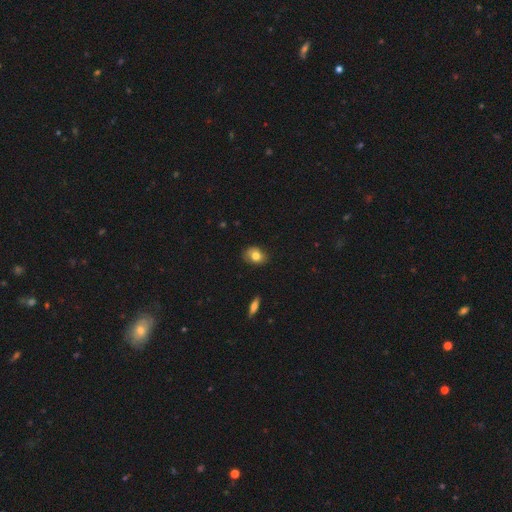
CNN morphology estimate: Smooth or featured?
  - smooth: 77% *
  - featured or disk: 14%
  - star or artifact: 9%
How rounded?
  - in between: 60% *
  - round: 39%
  - cigar-shaped: 1%
Merging?
  - none: 77% *
  - minor disturbance: 19%
  - major disturbance: 3%
  - merger: 1%